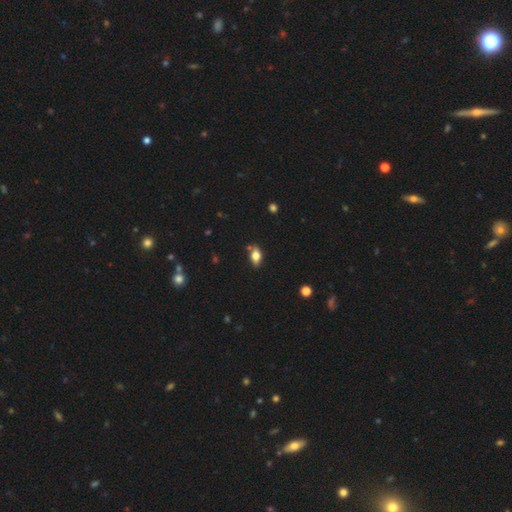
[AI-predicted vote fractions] Q: Smooth or featured?
A: smooth (70%); runner-up: featured or disk (21%)
Q: How rounded?
A: in between (86%); runner-up: cigar-shaped (7%)
Q: Merging?
A: none (76%); runner-up: minor disturbance (15%)